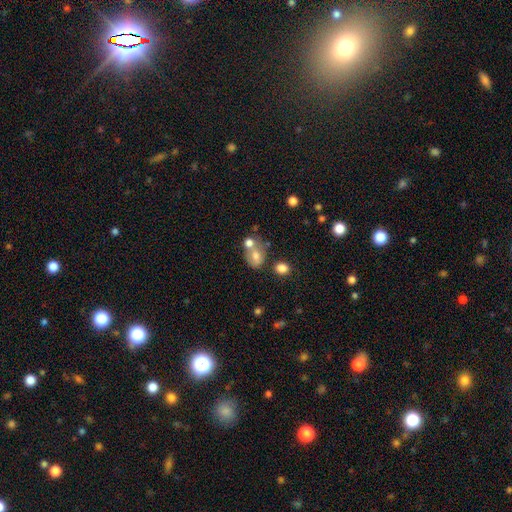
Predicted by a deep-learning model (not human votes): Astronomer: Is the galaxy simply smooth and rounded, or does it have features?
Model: smooth — 67%.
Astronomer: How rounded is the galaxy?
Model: in between — 51% (runner-up: round, 48%).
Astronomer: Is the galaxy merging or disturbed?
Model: merger — 43% (runner-up: none, 36%).